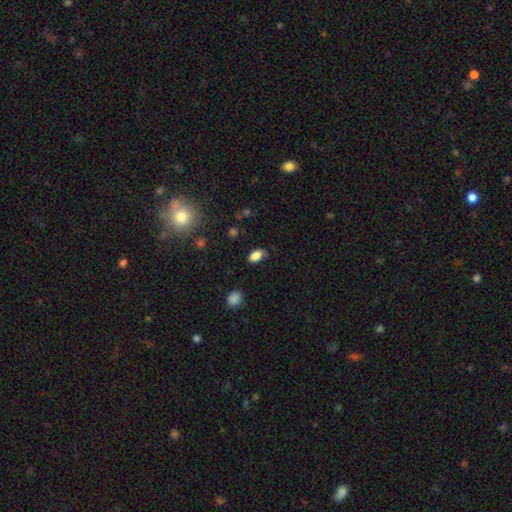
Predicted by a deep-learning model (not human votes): The model was most divided on "merging": none: 75%, minor disturbance: 19%, major disturbance: 4%, merger: 2%. More confident: how rounded — in between (90%); smooth or featured — smooth (83%).